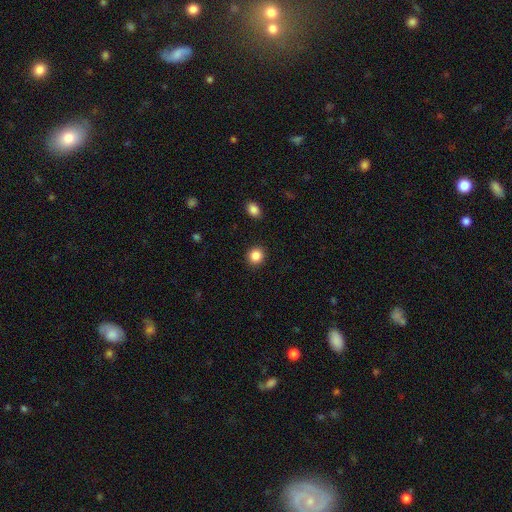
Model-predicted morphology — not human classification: Overall: smooth (86%). How rounded: round (89%). Merging: none (91%).